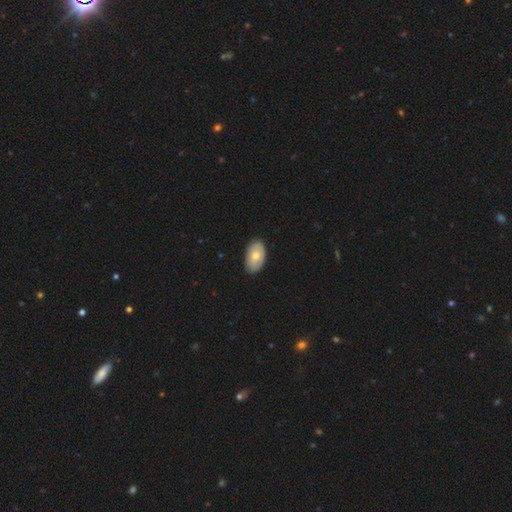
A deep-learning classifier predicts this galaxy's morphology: Q: Smooth or featured?
A: smooth (66%); runner-up: featured or disk (28%)
Q: How rounded?
A: in between (93%); runner-up: round (5%)
Q: Merging?
A: none (86%); runner-up: minor disturbance (11%)